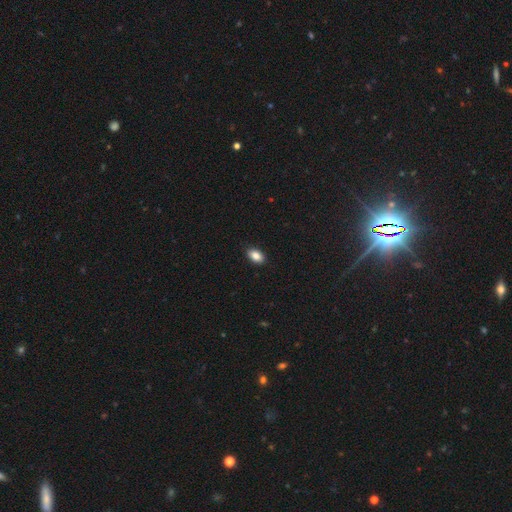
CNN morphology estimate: Smooth or featured?
  - smooth: 87% *
  - star or artifact: 8%
  - featured or disk: 5%
How rounded?
  - in between: 91% *
  - round: 7%
  - cigar-shaped: 2%
Merging?
  - none: 89% *
  - minor disturbance: 8%
  - major disturbance: 2%
  - merger: 1%